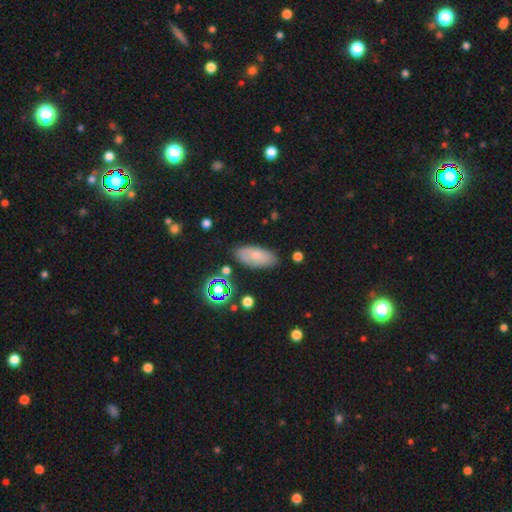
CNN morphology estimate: A smooth galaxy with no disk features (70%) that is in between round and cigar-shaped (88%). Merging: none (80%).